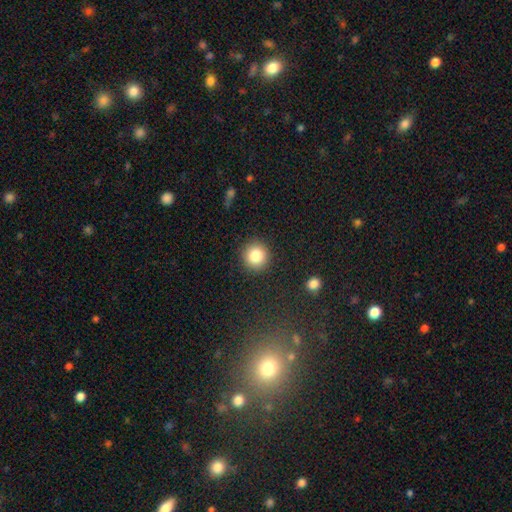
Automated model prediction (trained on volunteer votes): Smooth or featured? smooth (83%)
How rounded? round (93%)
Merging? none (91%)